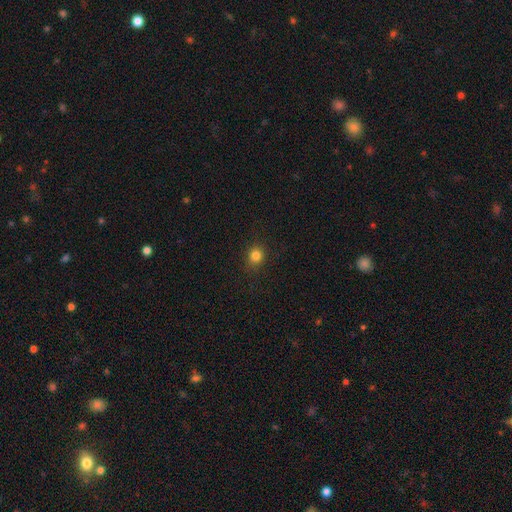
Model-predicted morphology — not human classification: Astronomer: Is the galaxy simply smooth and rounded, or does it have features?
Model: smooth — 82%.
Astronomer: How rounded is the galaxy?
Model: round — 83%.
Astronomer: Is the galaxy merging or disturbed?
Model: none — 88%.